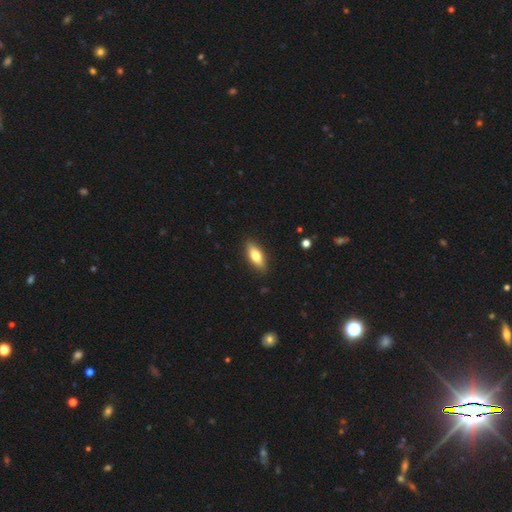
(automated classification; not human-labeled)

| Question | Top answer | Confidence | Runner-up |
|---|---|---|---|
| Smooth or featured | smooth | 71% | featured or disk (23%) |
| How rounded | in between | 72% | cigar-shaped (25%) |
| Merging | none | 88% | minor disturbance (9%) |